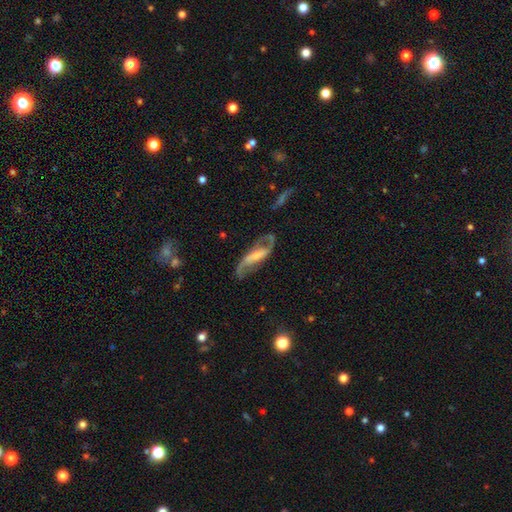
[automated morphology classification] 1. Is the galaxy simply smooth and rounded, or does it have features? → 84% featured or disk, 11% smooth, 5% star or artifact.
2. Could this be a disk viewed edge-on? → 91% no, 9% yes.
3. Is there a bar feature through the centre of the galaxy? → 43% strong, 35% weak, 22% no.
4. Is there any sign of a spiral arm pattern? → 93% yes, 7% no.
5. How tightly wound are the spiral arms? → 50% loose, 38% medium, 12% tight.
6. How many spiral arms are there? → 91% 2, 4% can't tell, 3% 1, 1% 3, 1% 4, 1% more than 4.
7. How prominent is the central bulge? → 39% small, 33% moderate, 17% none, 9% large, 2% dominant.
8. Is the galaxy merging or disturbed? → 68% none, 17% minor disturbance, 12% major disturbance, 3% merger.